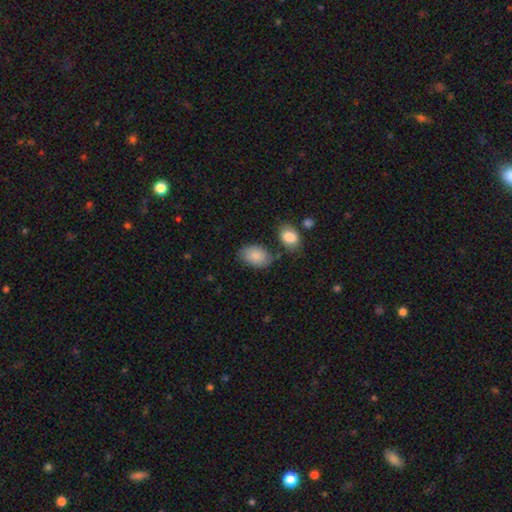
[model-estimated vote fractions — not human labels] Smooth or featured: smooth — 87% (featured or disk — 7%)
How rounded: in between — 89% (round — 10%)
Merging: none — 71% (minor disturbance — 17%)